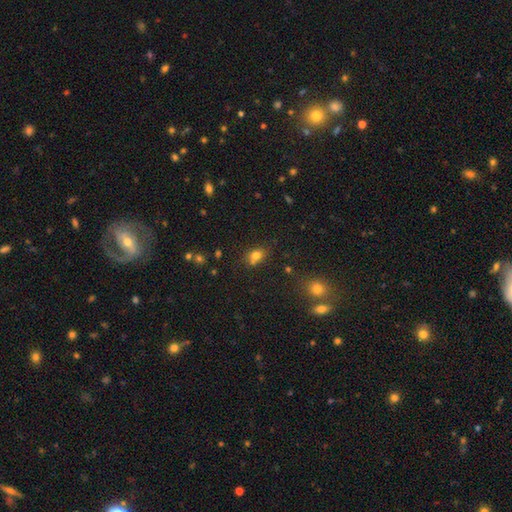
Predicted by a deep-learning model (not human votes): Q: Smooth or featured?
A: smooth (75%); runner-up: star or artifact (15%)
Q: How rounded?
A: in between (54%); runner-up: round (44%)
Q: Merging?
A: none (56%); runner-up: merger (25%)